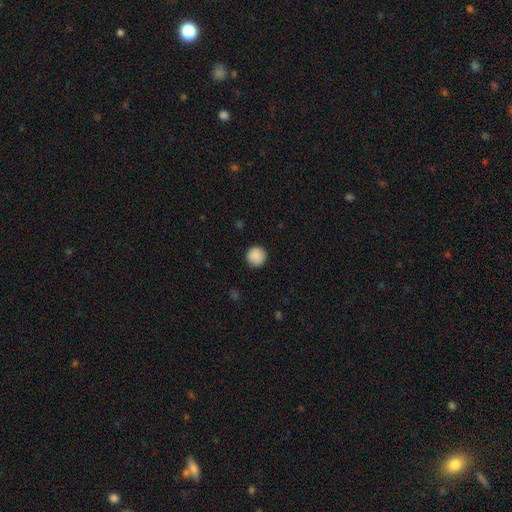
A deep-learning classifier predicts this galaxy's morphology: A smooth galaxy with no disk features (90%) that is round (95%). Merging: none (91%).